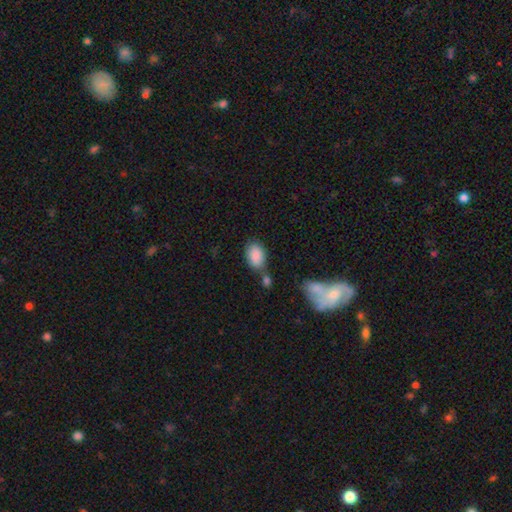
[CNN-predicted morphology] Q: Smooth or featured?
A: smooth (88%); runner-up: star or artifact (7%)
Q: How rounded?
A: in between (88%); runner-up: round (11%)
Q: Merging?
A: none (56%); runner-up: merger (21%)